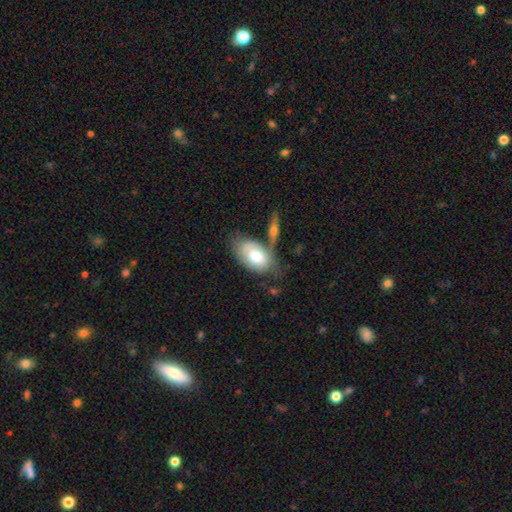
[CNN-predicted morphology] The model was most divided on "merging": none: 43%, minor disturbance: 23%, merger: 22%, major disturbance: 12%. More confident: how rounded — in between (93%); smooth or featured — smooth (65%).